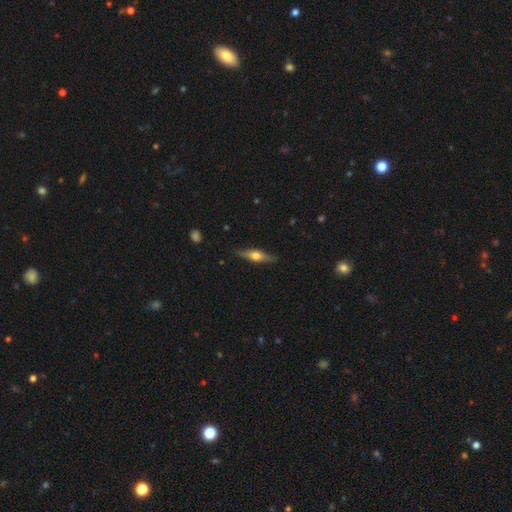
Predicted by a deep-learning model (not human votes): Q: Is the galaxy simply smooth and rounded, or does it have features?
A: featured or disk — 60%.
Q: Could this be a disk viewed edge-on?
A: yes — 94%.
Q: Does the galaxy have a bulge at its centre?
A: rounded — 93%.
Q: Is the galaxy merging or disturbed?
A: none — 86%.